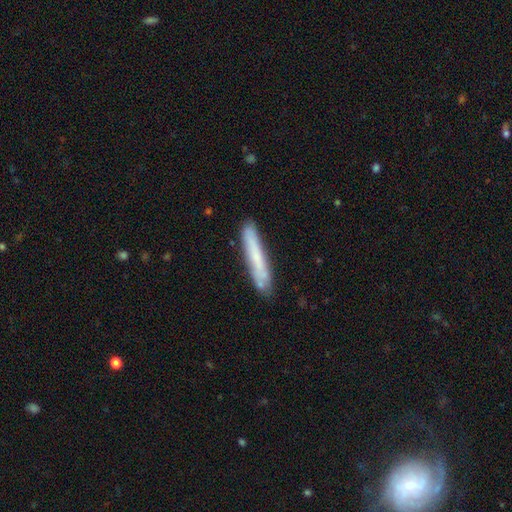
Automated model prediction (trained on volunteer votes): Morphology: type=smooth (62%); roundness=cigar-shaped (94%); merging=none (81%).